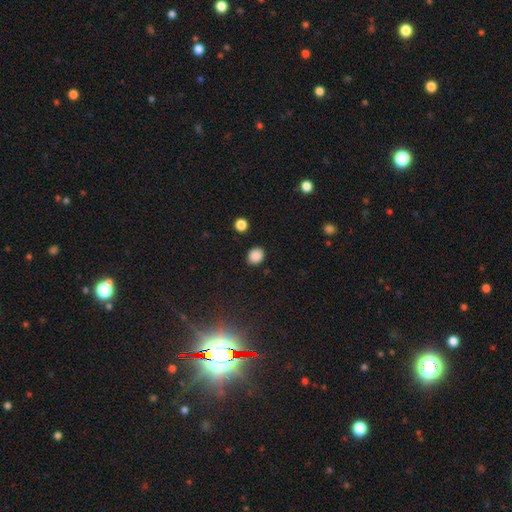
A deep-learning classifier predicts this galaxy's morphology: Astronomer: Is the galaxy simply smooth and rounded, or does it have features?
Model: smooth — 87%.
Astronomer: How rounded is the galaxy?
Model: round — 68%.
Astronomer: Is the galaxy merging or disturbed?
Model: none — 88%.